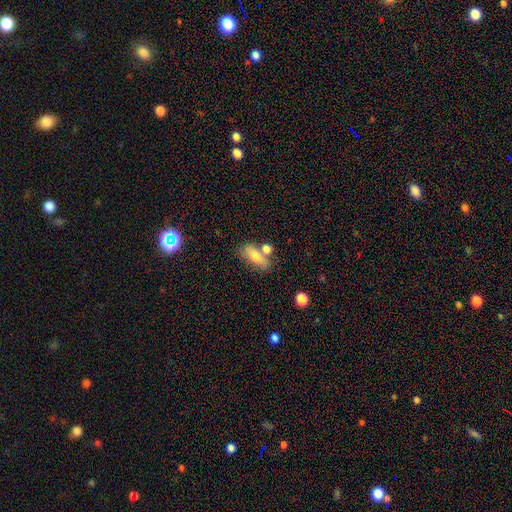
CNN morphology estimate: Smooth or featured?
  - smooth: 66% *
  - featured or disk: 25%
  - star or artifact: 9%
How rounded?
  - in between: 76% *
  - cigar-shaped: 17%
  - round: 7%
Merging?
  - none: 54% *
  - merger: 23%
  - minor disturbance: 17%
  - major disturbance: 6%